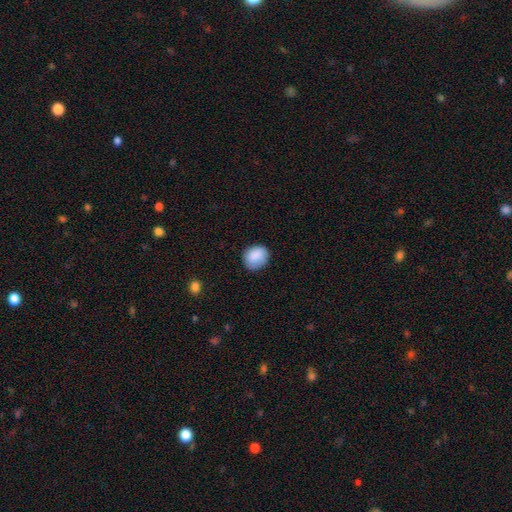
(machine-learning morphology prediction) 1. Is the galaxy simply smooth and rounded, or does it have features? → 88% smooth, 7% star or artifact, 5% featured or disk.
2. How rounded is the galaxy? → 60% round, 40% in between, 1% cigar-shaped.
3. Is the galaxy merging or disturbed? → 79% none, 16% minor disturbance, 3% major disturbance, 1% merger.